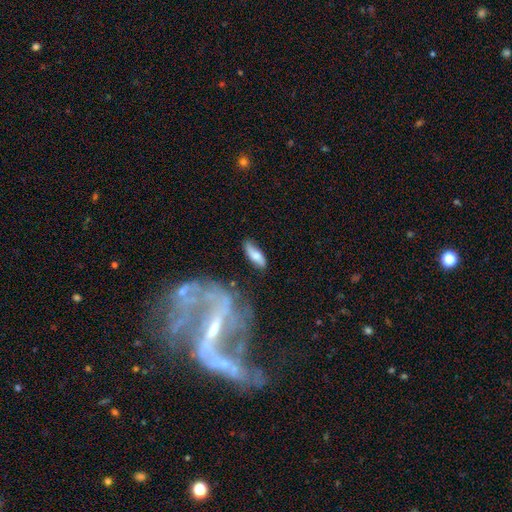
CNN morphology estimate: smooth_or_featured: smooth (p=0.70) [alt: featured or disk p=0.24]
how_rounded: in between (p=0.58) [alt: cigar-shaped p=0.39]
merging: none (p=0.71) [alt: minor disturbance p=0.19]